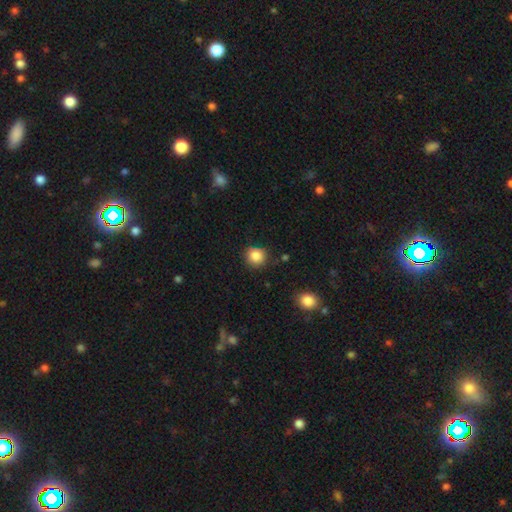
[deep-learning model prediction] Smooth or featured?
  - smooth: 86% *
  - star or artifact: 10%
  - featured or disk: 4%
How rounded?
  - round: 90% *
  - in between: 9%
  - cigar-shaped: 1%
Merging?
  - none: 84% *
  - minor disturbance: 11%
  - major disturbance: 3%
  - merger: 2%